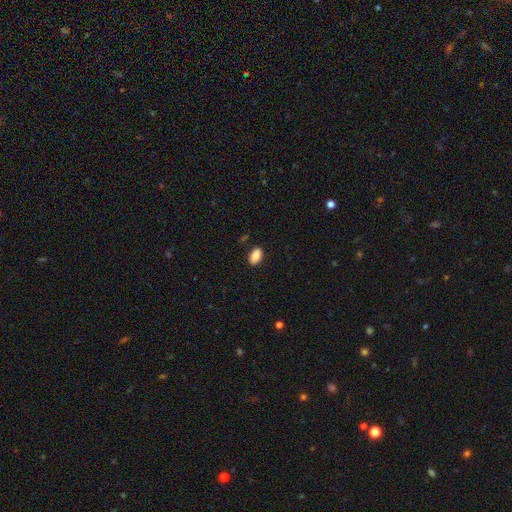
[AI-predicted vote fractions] smooth-or-featured: smooth: 88% | star or artifact: 8% | featured or disk: 5%
  how-rounded: in between: 92% | round: 5% | cigar-shaped: 3%
  merging: none: 87% | minor disturbance: 10% | major disturbance: 2% | merger: 1%